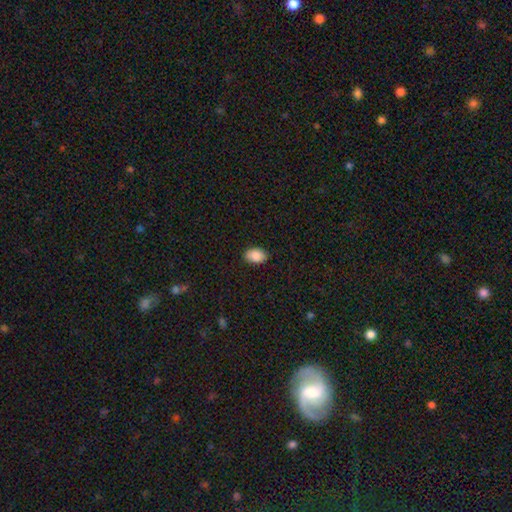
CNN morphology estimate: smooth 89%, star or artifact 7%, featured or disk 4%. Down the decision tree: how rounded — in between (89%); merging — none (88%).